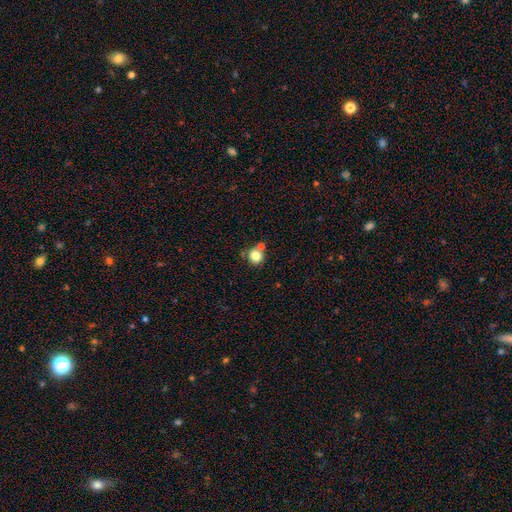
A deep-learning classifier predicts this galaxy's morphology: The model was most divided on "merging": none: 66%, merger: 20%, minor disturbance: 10%, major disturbance: 3%. More confident: how rounded — round (87%); smooth or featured — smooth (81%).